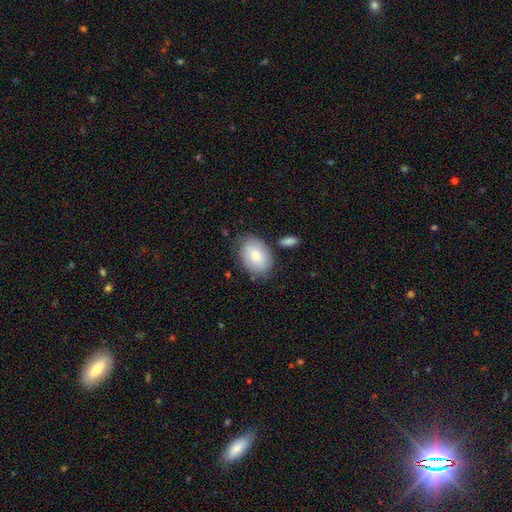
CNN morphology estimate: smooth-or-featured: smooth: 73% | featured or disk: 20% | star or artifact: 7%
  how-rounded: in between: 81% | round: 18% | cigar-shaped: 1%
  merging: none: 76% | minor disturbance: 15% | merger: 5% | major disturbance: 4%